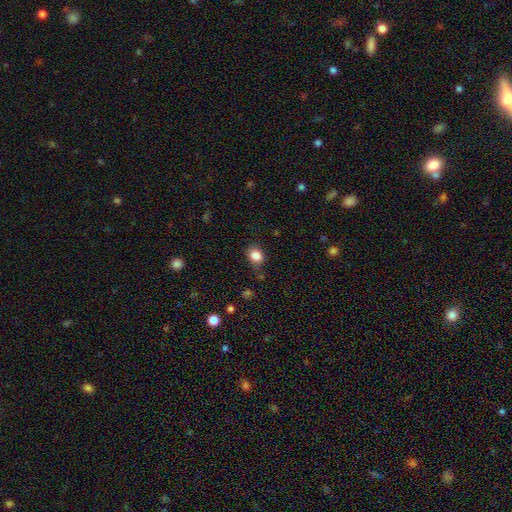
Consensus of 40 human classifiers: smooth_or_featured: smooth (p=0.78) [alt: featured or disk p=0.12]
how_rounded: round (p=0.52) [alt: in between p=0.48]
merging: none (p=0.69) [alt: minor disturbance p=0.25]